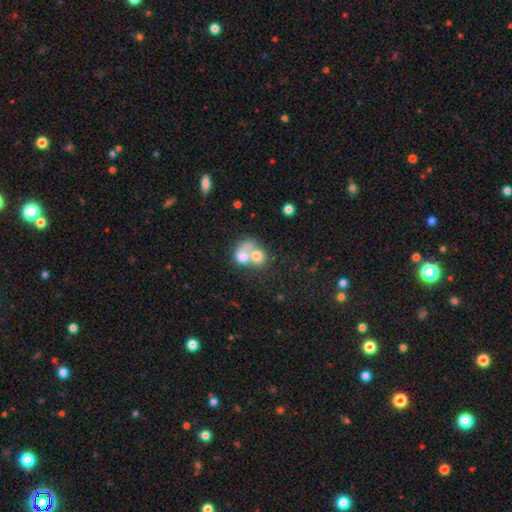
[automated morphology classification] smooth 63%, featured or disk 28%, star or artifact 9%. Down the decision tree: how rounded — round (57%); merging — merger (75%).